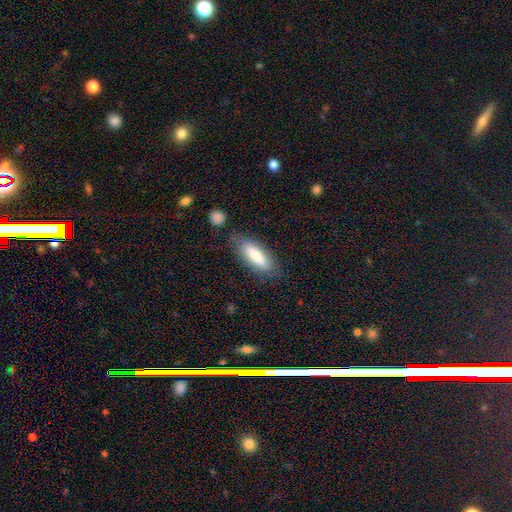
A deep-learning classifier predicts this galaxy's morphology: smooth-or-featured: smooth: 80% | featured or disk: 14% | star or artifact: 6%
  how-rounded: in between: 63% | cigar-shaped: 35% | round: 2%
  merging: none: 77% | minor disturbance: 15% | major disturbance: 5% | merger: 3%